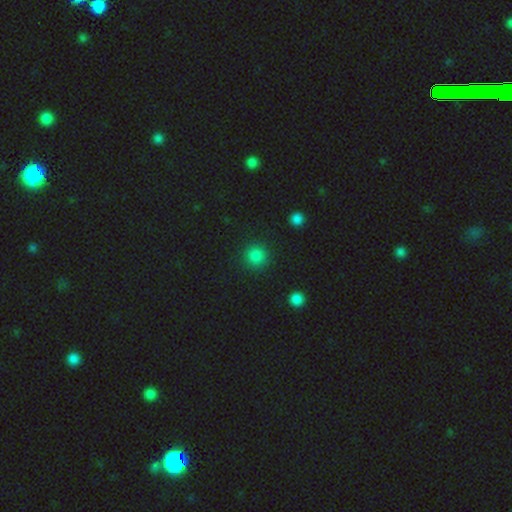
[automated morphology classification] A smooth galaxy with no disk features (84%) that is round (94%).

Vote fractions:
- Smooth or featured? smooth: 84% / star or artifact: 13% / featured or disk: 3%
- How rounded? round: 94% / in between: 6% / cigar-shaped: 1%
- Merging? none: 90% / minor disturbance: 6% / major disturbance: 2% / merger: 1%